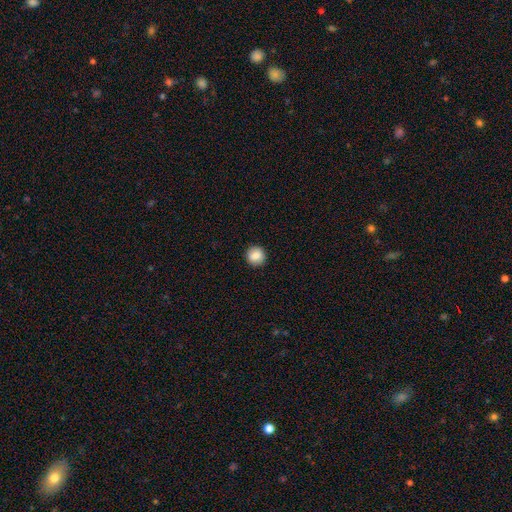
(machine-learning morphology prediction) A smooth galaxy with no disk features (85%) that is round (91%).

Vote fractions:
- Smooth or featured? smooth: 85% / star or artifact: 9% / featured or disk: 6%
- How rounded? round: 91% / in between: 8% / cigar-shaped: 1%
- Merging? none: 90% / minor disturbance: 7% / major disturbance: 2% / merger: 1%